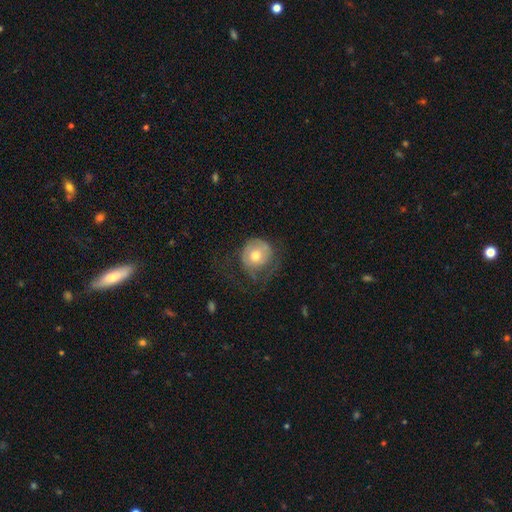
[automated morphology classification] Q: Smooth or featured?
A: smooth (52%); runner-up: featured or disk (41%)
Q: How rounded?
A: round (84%); runner-up: in between (15%)
Q: Merging?
A: none (48%); runner-up: major disturbance (28%)